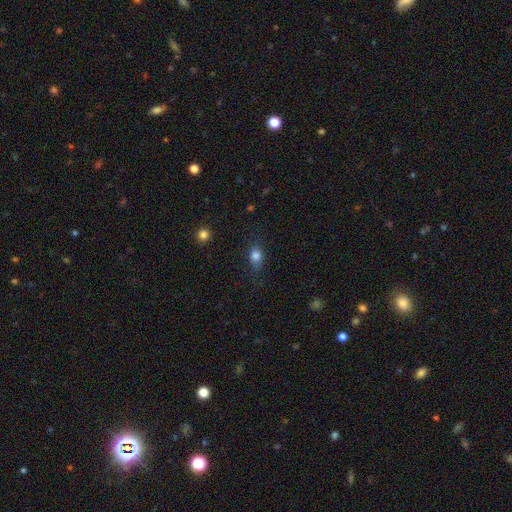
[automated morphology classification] A smooth galaxy with no disk features (82%) that is in between round and cigar-shaped (52%).

Vote fractions:
- Smooth or featured? smooth: 82% / star or artifact: 11% / featured or disk: 7%
- How rounded? in between: 52% / round: 45% / cigar-shaped: 3%
- Merging? none: 73% / minor disturbance: 20% / major disturbance: 6% / merger: 1%